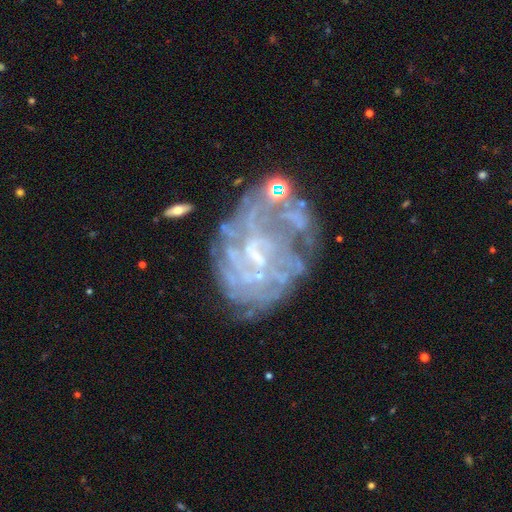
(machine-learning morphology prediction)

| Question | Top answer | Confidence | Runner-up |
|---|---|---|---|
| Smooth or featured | featured or disk | 78% | star or artifact (11%) |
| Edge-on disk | no | 98% | yes (2%) |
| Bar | no | 46% | weak (42%) |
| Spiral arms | yes | 68% | no (32%) |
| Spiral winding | tight | 55% | medium (29%) |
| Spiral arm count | can't tell | 54% | more than 4 (11%) |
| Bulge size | small | 48% | none (32%) |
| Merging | none | 50% | major disturbance (22%) |